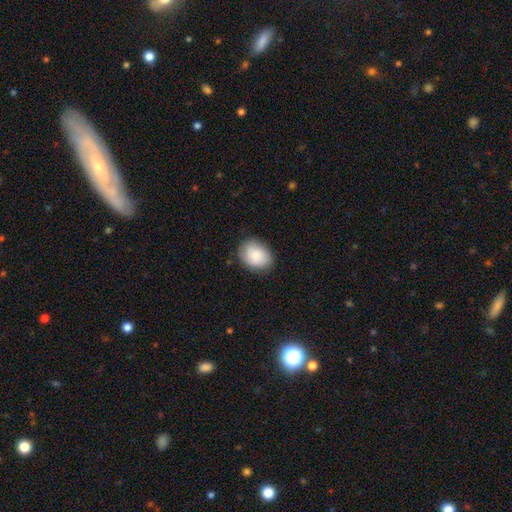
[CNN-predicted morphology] Smooth or featured: smooth — 83% (featured or disk — 10%)
How rounded: in between — 66% (round — 33%)
Merging: none — 83% (minor disturbance — 13%)